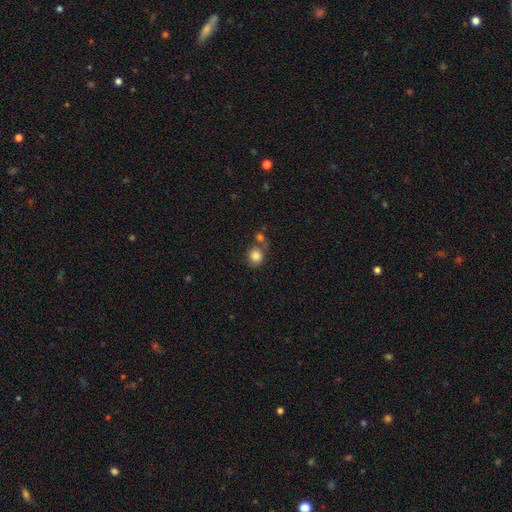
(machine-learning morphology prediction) This is clearly a smooth galaxy (84%). How rounded: clearly round (85%). Merging: possibly none (58%).